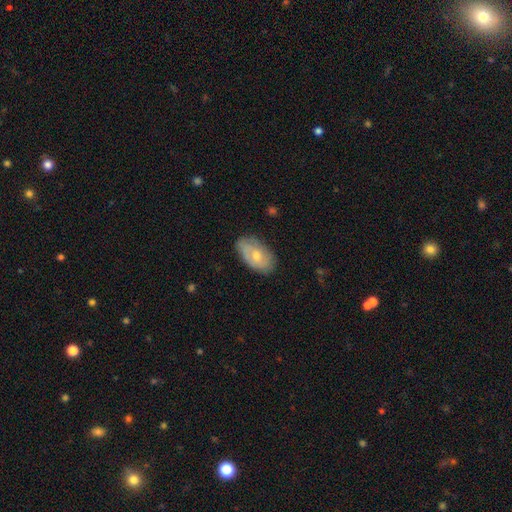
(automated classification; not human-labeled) Smooth or featured: smooth — 55% (featured or disk — 39%)
How rounded: in between — 93% (round — 5%)
Merging: none — 75% (minor disturbance — 20%)